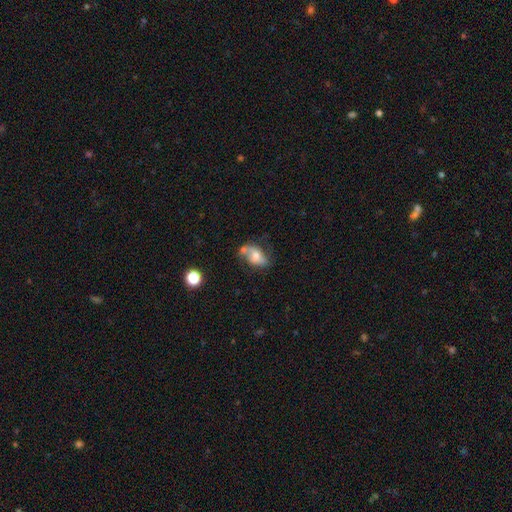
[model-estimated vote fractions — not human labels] smooth_or_featured: smooth (p=0.47) [alt: featured or disk p=0.44]
merging: none (p=0.42) [alt: minor disturbance p=0.25]